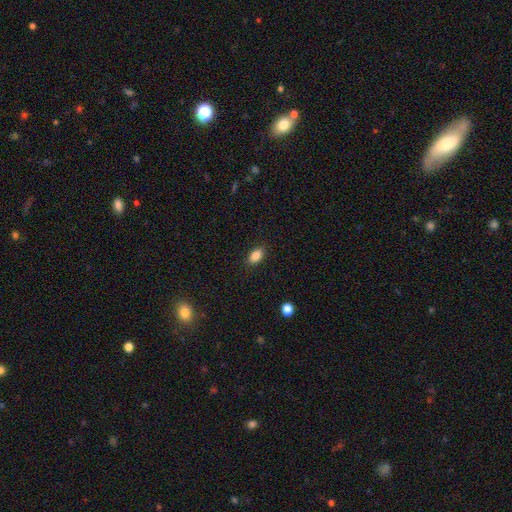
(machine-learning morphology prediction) A smooth galaxy with no disk features (85%) that is in between round and cigar-shaped (88%).

Vote fractions:
- Smooth or featured? smooth: 85% / star or artifact: 9% / featured or disk: 6%
- How rounded? in between: 88% / round: 9% / cigar-shaped: 3%
- Merging? none: 88% / minor disturbance: 9% / major disturbance: 2% / merger: 1%